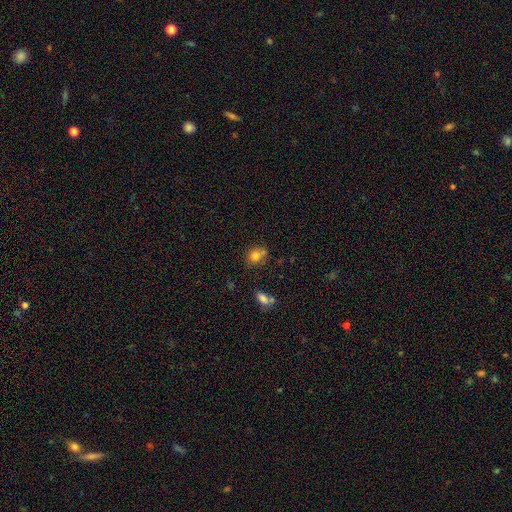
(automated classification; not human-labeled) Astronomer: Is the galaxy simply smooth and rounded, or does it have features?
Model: smooth — 78%.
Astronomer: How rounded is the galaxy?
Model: round — 68%.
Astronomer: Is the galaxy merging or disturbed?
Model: none — 61%.